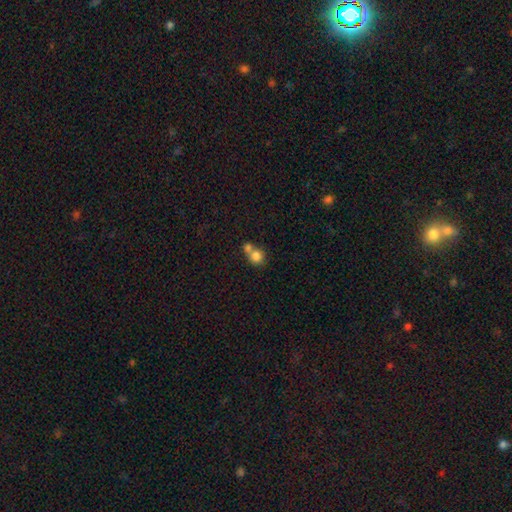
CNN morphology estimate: smooth 80%, featured or disk 10%, star or artifact 10%. Down the decision tree: how rounded — round (84%); merging — merger (55%).